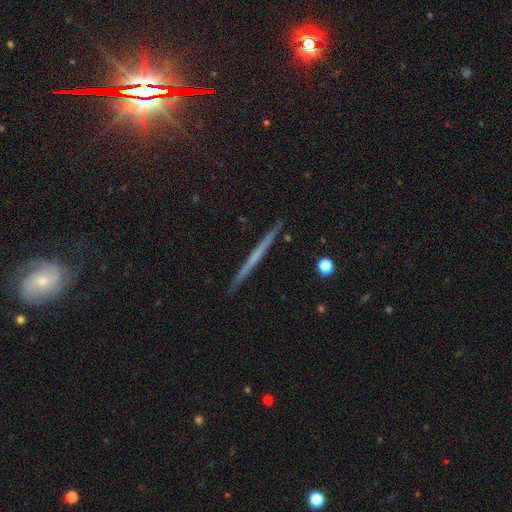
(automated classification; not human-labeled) featured or disk 57%, smooth 34%, star or artifact 9%. Down the decision tree: edge-on disk — yes (98%); edge-on bulge — none (86%); merging — none (92%).